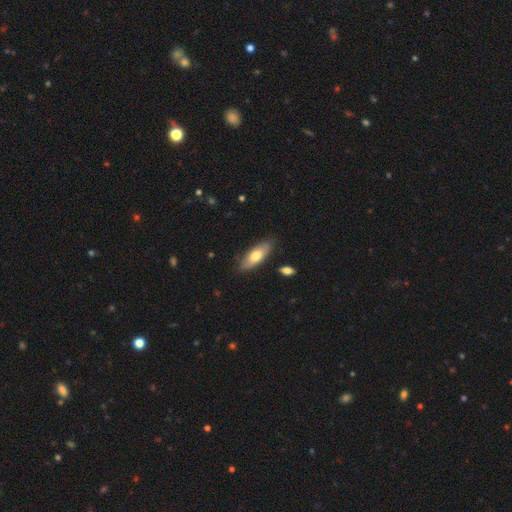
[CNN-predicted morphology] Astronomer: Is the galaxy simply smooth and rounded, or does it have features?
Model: smooth — 67%.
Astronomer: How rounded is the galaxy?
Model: in between — 73%.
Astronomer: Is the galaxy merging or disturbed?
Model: none — 81%.